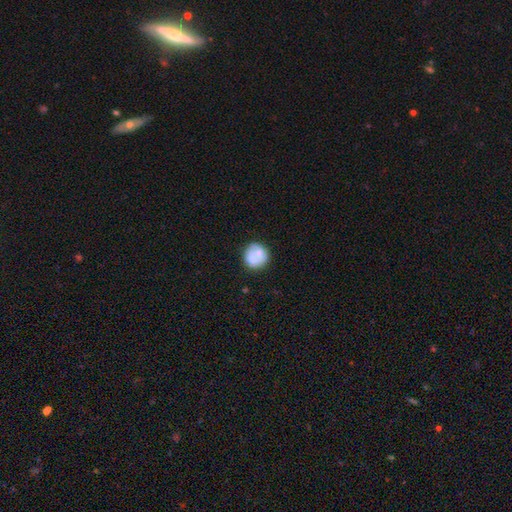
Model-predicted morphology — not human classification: smooth_or_featured: smooth (p=0.72) [alt: featured or disk p=0.20]
how_rounded: round (p=0.88) [alt: in between p=0.11]
merging: none (p=0.68) [alt: minor disturbance p=0.18]